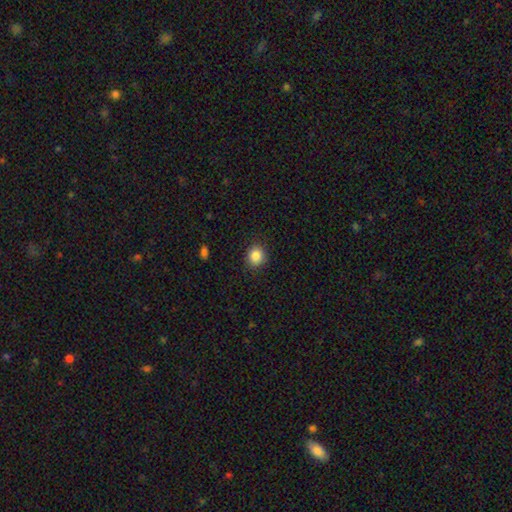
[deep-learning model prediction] This appears to be a smooth galaxy with no disk features (86%) that is round (82%). Merging: none (89%).